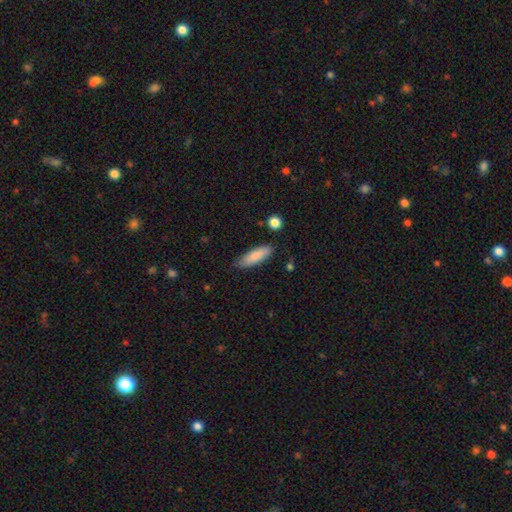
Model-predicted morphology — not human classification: A smooth galaxy with no disk features (85%) that is cigar-shaped (52%).

Vote fractions:
- Smooth or featured? smooth: 85% / featured or disk: 9% / star or artifact: 6%
- How rounded? cigar-shaped: 52% / in between: 46% / round: 2%
- Merging? none: 80% / minor disturbance: 15% / major disturbance: 3% / merger: 2%